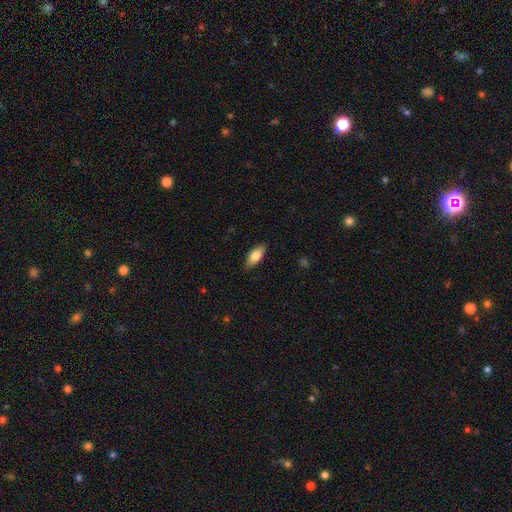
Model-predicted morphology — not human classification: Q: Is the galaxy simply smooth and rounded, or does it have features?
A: smooth — 72%.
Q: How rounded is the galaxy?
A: in between — 82%.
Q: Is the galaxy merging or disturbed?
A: none — 87%.